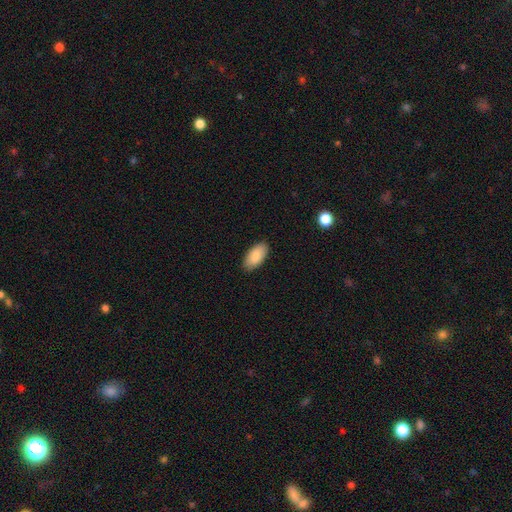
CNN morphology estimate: The model was most divided on "merging": none: 87%, minor disturbance: 10%, major disturbance: 2%, merger: 1%. More confident: how rounded — in between (94%); smooth or featured — smooth (88%).